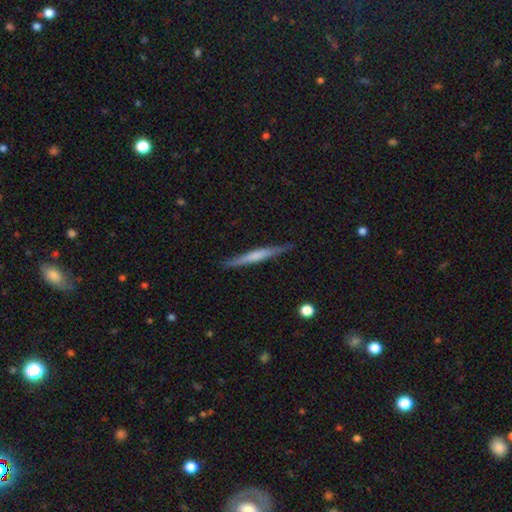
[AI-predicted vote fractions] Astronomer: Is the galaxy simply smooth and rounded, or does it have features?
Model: smooth — 48% (runner-up: featured or disk, 46%).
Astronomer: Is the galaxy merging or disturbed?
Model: none — 88%.